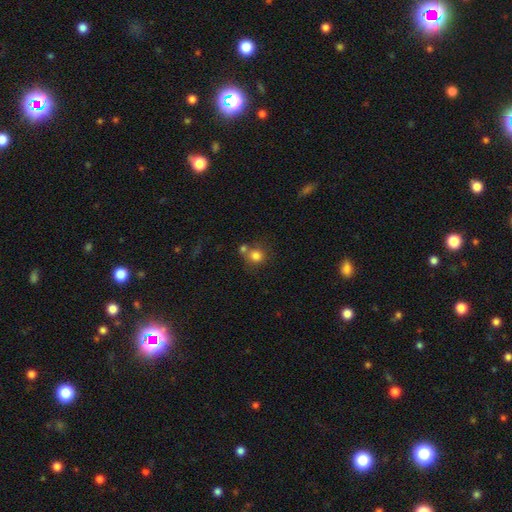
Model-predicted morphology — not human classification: smooth-or-featured: smooth: 80% | star or artifact: 12% | featured or disk: 8%
  how-rounded: round: 86% | in between: 13% | cigar-shaped: 1%
  merging: none: 56% | merger: 28% | minor disturbance: 11% | major disturbance: 5%